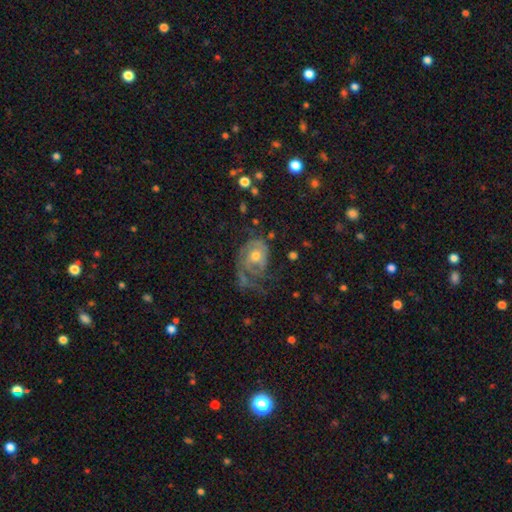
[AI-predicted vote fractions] The model was most divided on "merging": major disturbance: 41%, none: 33%, minor disturbance: 22%, merger: 4%. Remaining: edge-on disk — no (97%); spiral arms — yes (83%); bar — no (76%); smooth or featured — featured or disk (71%); bulge size — moderate (69%); spiral winding — tight (47%); spiral arm count — 1 (41%).